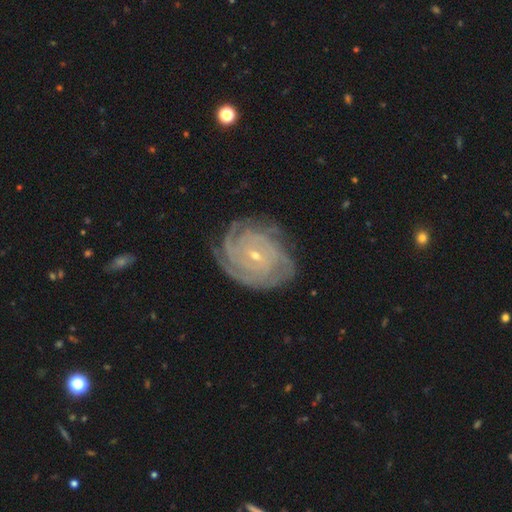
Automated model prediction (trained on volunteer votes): Smooth or featured: featured or disk — 89% (star or artifact — 6%)
Edge-on disk: no — 97% (yes — 3%)
Bar: no — 62% (weak — 29%)
Spiral arms: yes — 98% (no — 2%)
Spiral winding: tight — 82% (medium — 15%)
Spiral arm count: 4 — 30% (can't tell — 21%)
Bulge size: small — 80% (moderate — 17%)
Merging: none — 78% (minor disturbance — 16%)